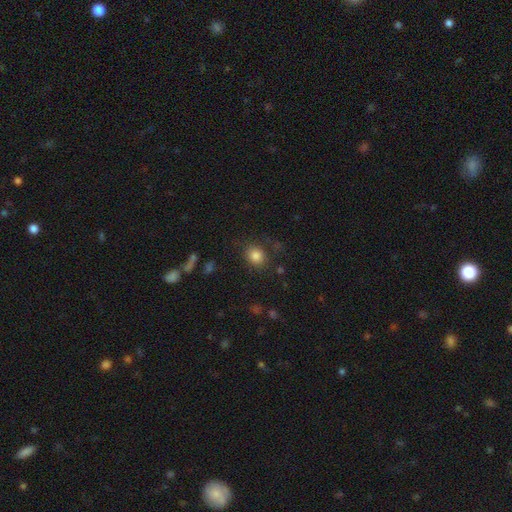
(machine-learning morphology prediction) smooth-or-featured: smooth: 83% | star or artifact: 11% | featured or disk: 6%
  how-rounded: round: 69% | in between: 30% | cigar-shaped: 1%
  merging: none: 79% | minor disturbance: 13% | major disturbance: 6% | merger: 2%